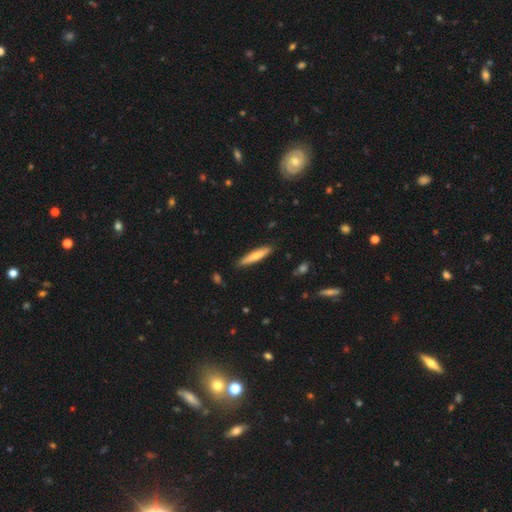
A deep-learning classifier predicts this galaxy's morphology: This appears to be a smooth galaxy with no disk features (67%) that is cigar-shaped (87%). Merging: none (87%).